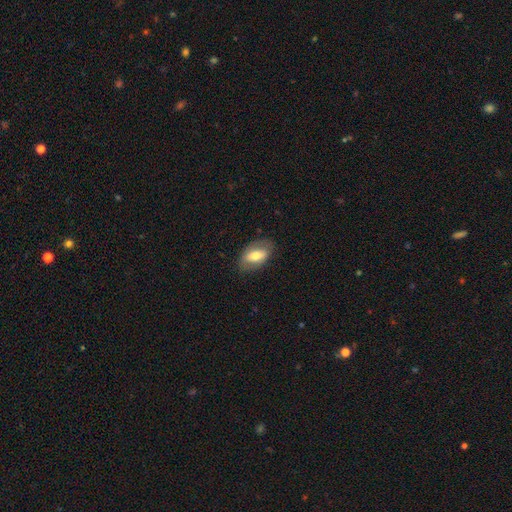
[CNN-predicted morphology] This appears to be a smooth galaxy with no disk features (57%) that is in between round and cigar-shaped (90%). Merging: none (78%).